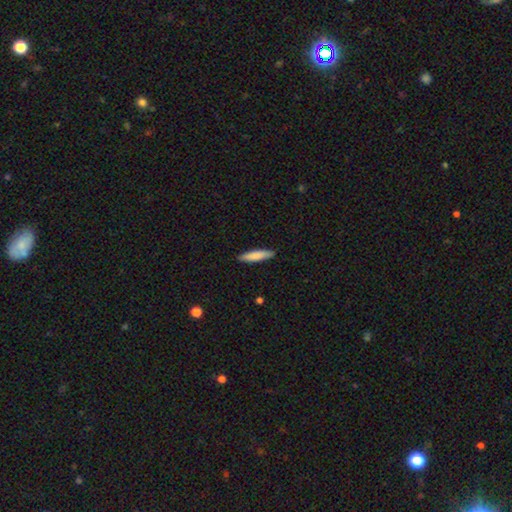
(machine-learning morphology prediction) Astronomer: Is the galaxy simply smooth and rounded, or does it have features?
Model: smooth — 82%.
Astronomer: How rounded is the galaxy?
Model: cigar-shaped — 80%.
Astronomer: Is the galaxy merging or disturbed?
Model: none — 89%.